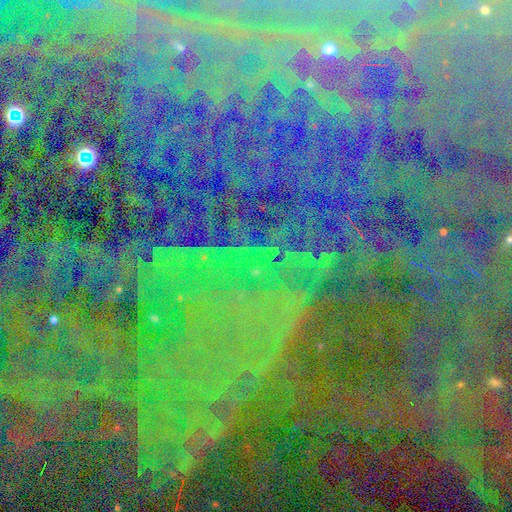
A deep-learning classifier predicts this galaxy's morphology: A star or artifact, not a galaxy (86%).

Vote fractions:
- Smooth or featured? star or artifact: 86% / featured or disk: 7% / smooth: 7%